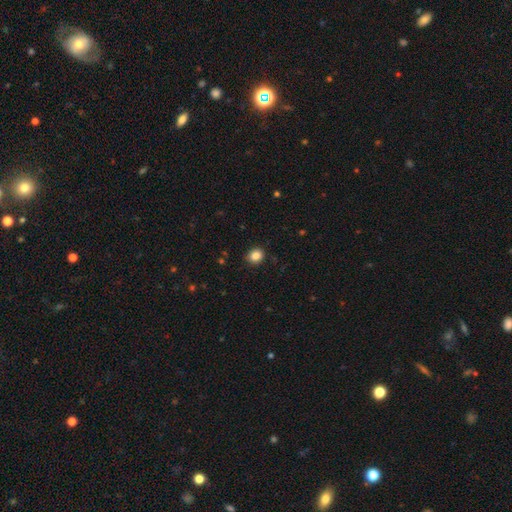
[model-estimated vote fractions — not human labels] Q: Smooth or featured?
A: smooth (86%); runner-up: star or artifact (10%)
Q: How rounded?
A: round (66%); runner-up: in between (34%)
Q: Merging?
A: none (88%); runner-up: minor disturbance (9%)